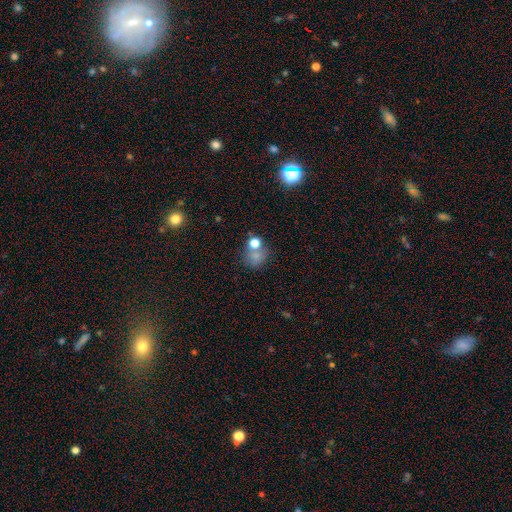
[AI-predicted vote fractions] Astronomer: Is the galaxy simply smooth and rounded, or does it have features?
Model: smooth — 68%.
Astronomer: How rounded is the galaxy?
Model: round — 75%.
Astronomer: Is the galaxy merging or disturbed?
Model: none — 53%.